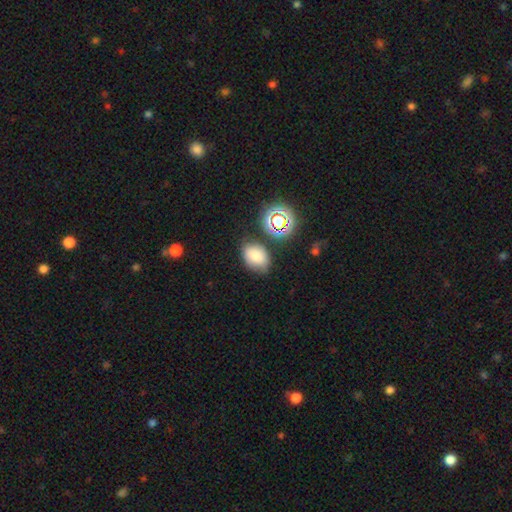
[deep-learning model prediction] Morphology: type=smooth (75%); roundness=in between (77%); merging=none (69%).